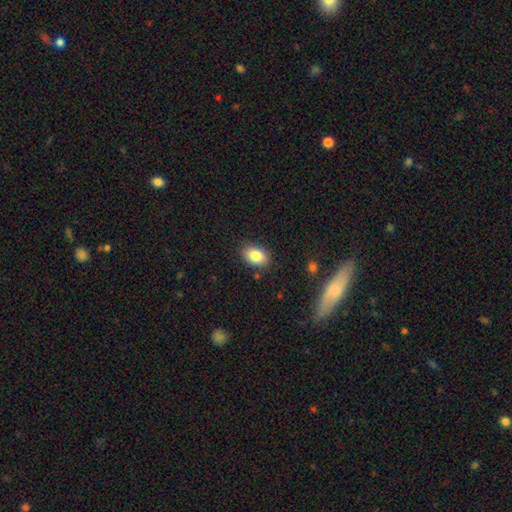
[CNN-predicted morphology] Smooth or featured? Predicted: smooth (p=0.84). How rounded? Predicted: in between (p=0.82). Merging? Predicted: none (p=0.86).